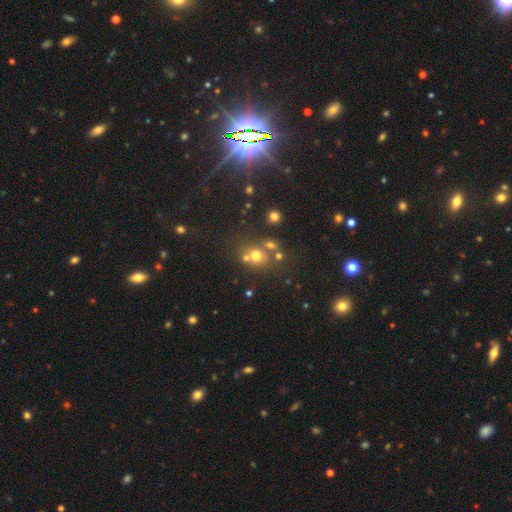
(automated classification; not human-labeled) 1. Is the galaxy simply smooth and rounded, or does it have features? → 63% smooth, 23% star or artifact, 14% featured or disk.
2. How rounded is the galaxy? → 73% round, 26% in between, 1% cigar-shaped.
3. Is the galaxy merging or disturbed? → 56% none, 27% merger, 11% minor disturbance, 6% major disturbance.